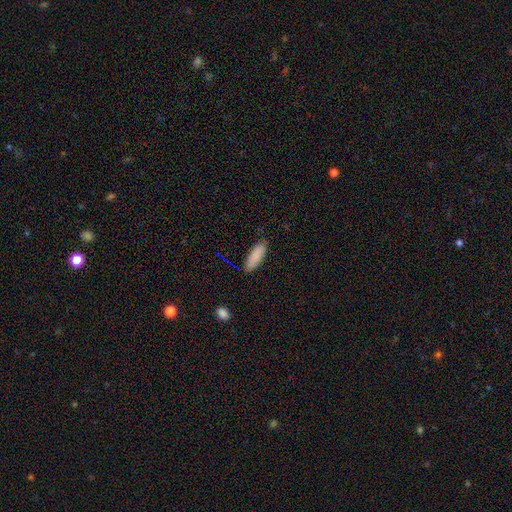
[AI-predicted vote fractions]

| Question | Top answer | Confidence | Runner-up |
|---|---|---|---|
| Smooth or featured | smooth | 88% | star or artifact (7%) |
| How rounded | in between | 59% | cigar-shaped (40%) |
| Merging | none | 81% | minor disturbance (15%) |